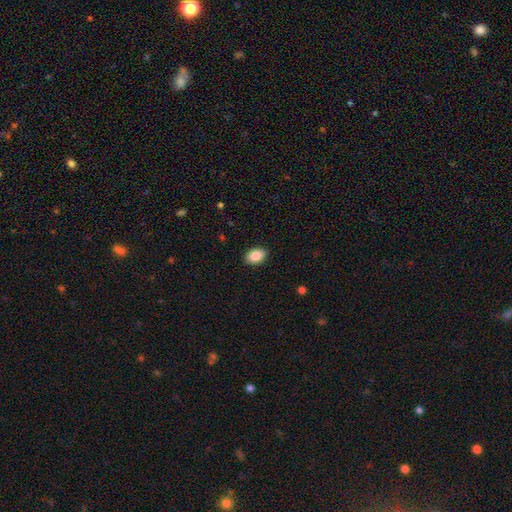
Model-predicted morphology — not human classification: Smooth or featured? smooth (88%)
How rounded? in between (86%)
Merging? none (89%)